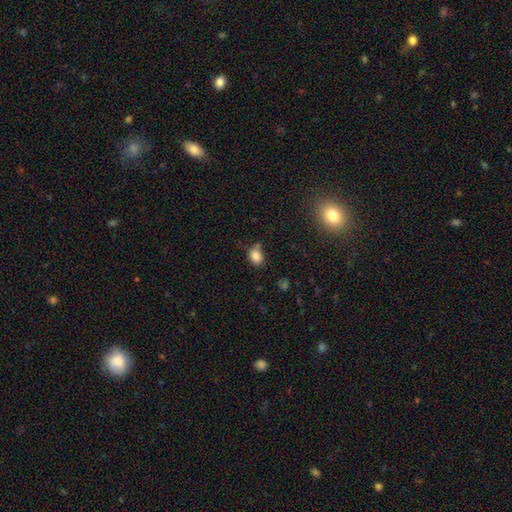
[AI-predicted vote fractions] Smooth or featured? Predicted: smooth (p=0.83). How rounded? Predicted: in between (p=0.61). Merging? Predicted: none (p=0.57).